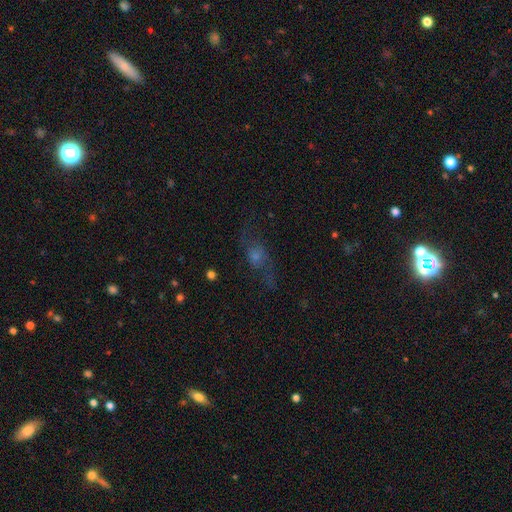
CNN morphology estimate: A featured or disk galaxy (48%).

Vote fractions:
- Smooth or featured? featured or disk: 48% / smooth: 31% / star or artifact: 21%
- Merging? none: 60% / minor disturbance: 19% / major disturbance: 19% / merger: 2%